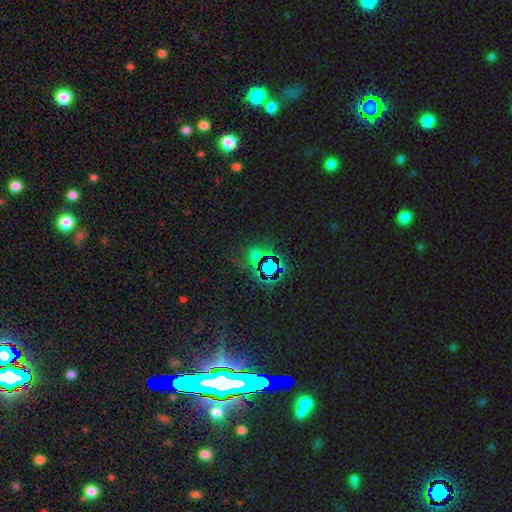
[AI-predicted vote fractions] smooth-or-featured: star or artifact: 70% | smooth: 22% | featured or disk: 8%